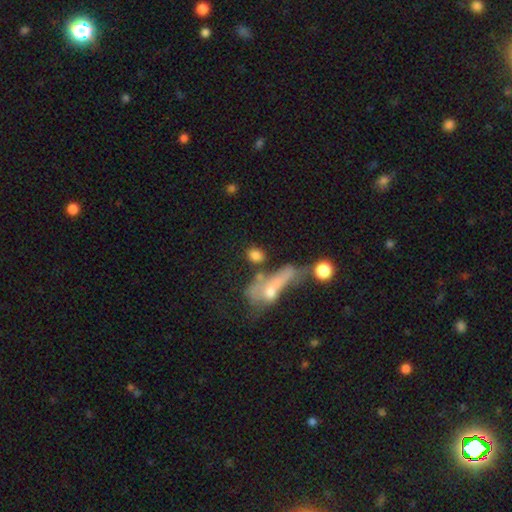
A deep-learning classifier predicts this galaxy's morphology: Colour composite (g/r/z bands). It shows a smooth galaxy with no disk features (77%) that is in between round and cigar-shaped (52%). Merging: none (54%).